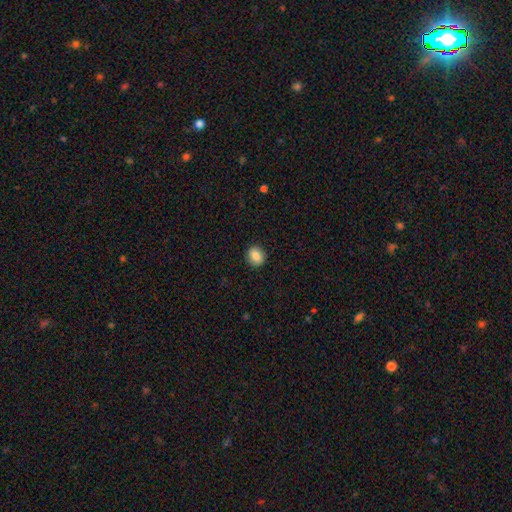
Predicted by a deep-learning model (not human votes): The model was most divided on "how rounded": round: 60%, in between: 39%, cigar-shaped: 1%. More confident: merging — none (88%); smooth or featured — smooth (86%).